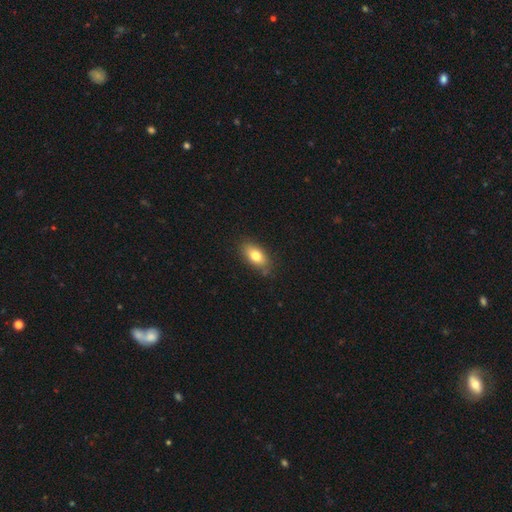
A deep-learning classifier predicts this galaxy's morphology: A smooth galaxy with no disk features (77%) that is in between round and cigar-shaped (87%). Merging: none (81%).